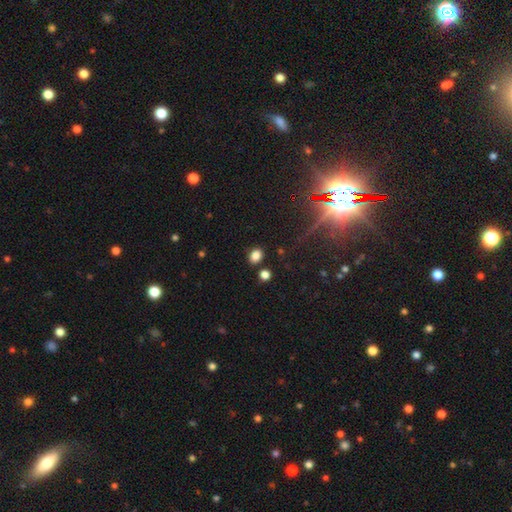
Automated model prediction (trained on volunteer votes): A smooth galaxy with no disk features (81%) that is in between round and cigar-shaped (60%).

Vote fractions:
- Smooth or featured? smooth: 81% / star or artifact: 13% / featured or disk: 5%
- How rounded? in between: 60% / round: 38% / cigar-shaped: 1%
- Merging? none: 83% / minor disturbance: 9% / merger: 5% / major disturbance: 3%